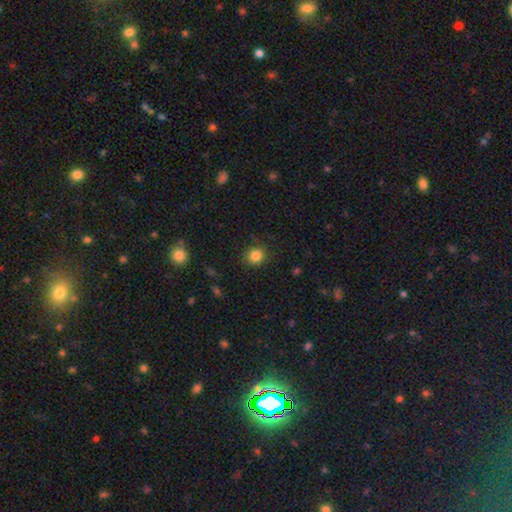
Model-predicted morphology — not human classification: Q: Smooth or featured?
A: smooth (84%); runner-up: star or artifact (11%)
Q: How rounded?
A: round (82%); runner-up: in between (17%)
Q: Merging?
A: none (87%); runner-up: minor disturbance (9%)